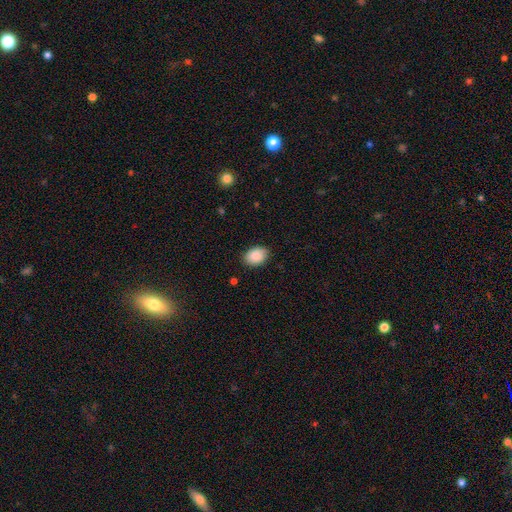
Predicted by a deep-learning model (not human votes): Smooth or featured? Predicted: smooth (p=0.89). How rounded? Predicted: in between (p=0.81). Merging? Predicted: none (p=0.86).